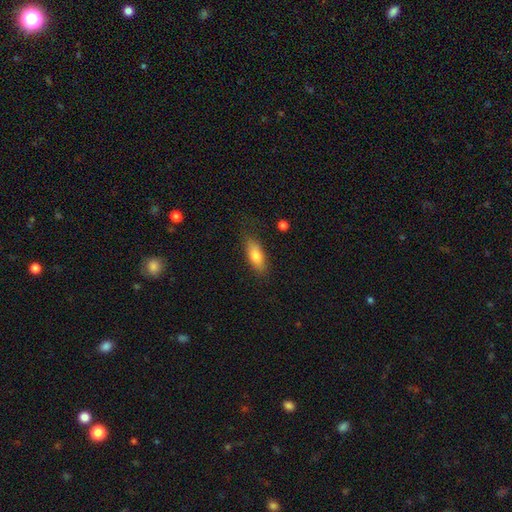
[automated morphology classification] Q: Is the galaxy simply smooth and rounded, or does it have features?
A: smooth — 78%.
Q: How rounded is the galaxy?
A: in between — 74%.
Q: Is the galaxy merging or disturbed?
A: none — 78%.